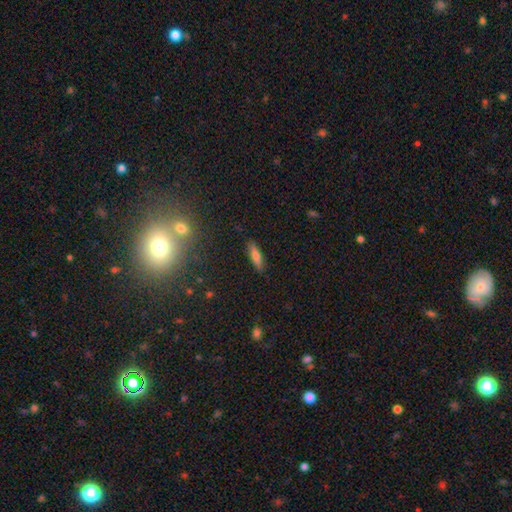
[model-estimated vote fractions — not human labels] Smooth or featured? smooth (70%)
How rounded? cigar-shaped (69%)
Merging? none (88%)